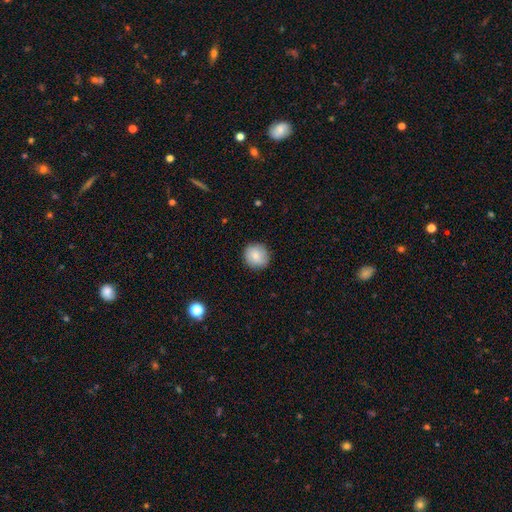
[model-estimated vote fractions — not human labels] Smooth or featured? smooth (79%)
How rounded? round (90%)
Merging? none (87%)